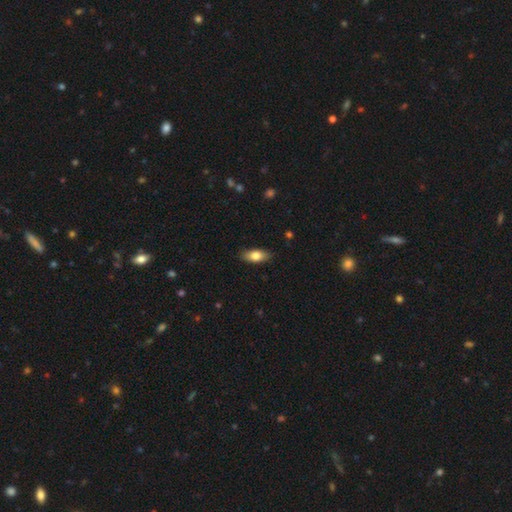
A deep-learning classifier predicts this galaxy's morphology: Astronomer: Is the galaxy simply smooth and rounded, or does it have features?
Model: smooth — 80%.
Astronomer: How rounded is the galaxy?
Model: in between — 84%.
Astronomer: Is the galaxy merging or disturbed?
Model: none — 86%.